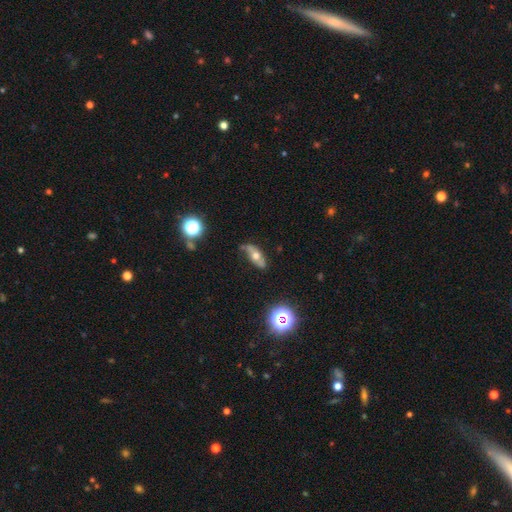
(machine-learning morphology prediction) This is possibly a smooth galaxy (46%). Merging: likely none (64%).